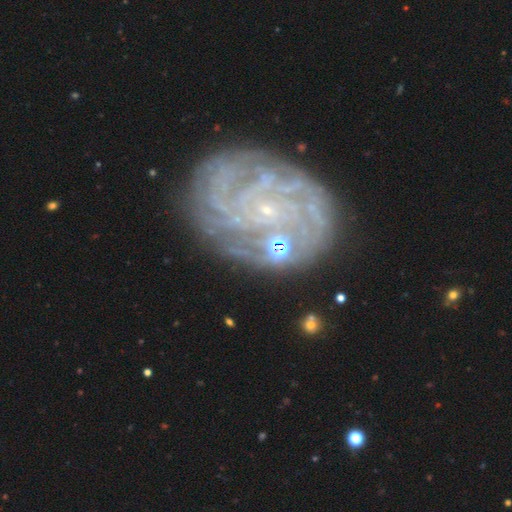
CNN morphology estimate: Smooth or featured? Predicted: featured or disk (p=0.82). Edge-on disk? Predicted: no (p=0.97). Bar? Predicted: no (p=0.72). Spiral arms? Predicted: yes (p=0.93). Spiral winding? Predicted: tight (p=0.72). Spiral arm count? Predicted: can't tell (p=0.30). Bulge size? Predicted: small (p=0.84). Merging? Predicted: none (p=0.72).